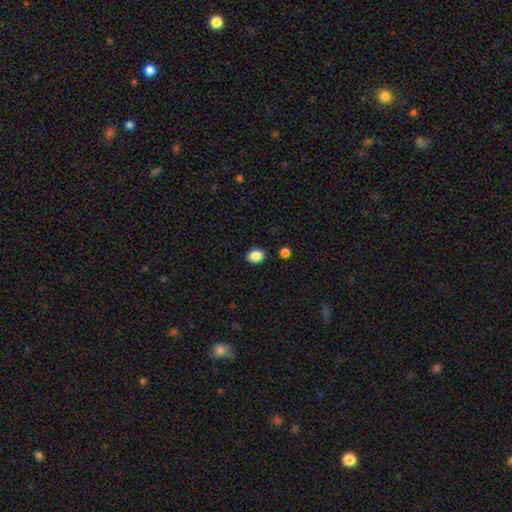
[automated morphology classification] A smooth galaxy with no disk features (88%) that is in between round and cigar-shaped (63%).

Vote fractions:
- Smooth or featured? smooth: 88% / star or artifact: 9% / featured or disk: 3%
- How rounded? in between: 63% / round: 36% / cigar-shaped: 1%
- Merging? none: 88% / minor disturbance: 8% / major disturbance: 2% / merger: 2%